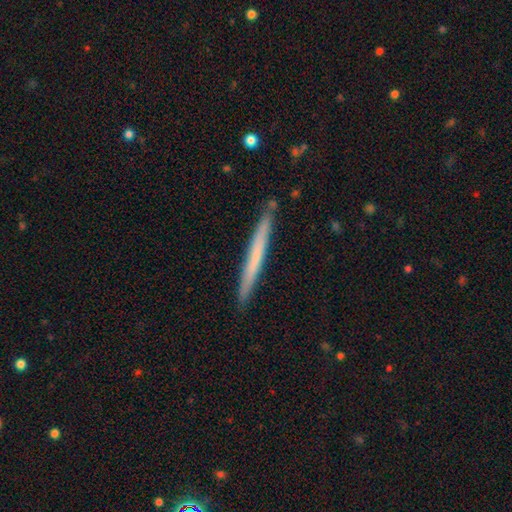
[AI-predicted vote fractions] The model was most divided on "smooth or featured": smooth: 54%, featured or disk: 40%, star or artifact: 6%. More confident: how rounded — cigar-shaped (97%); merging — none (90%).